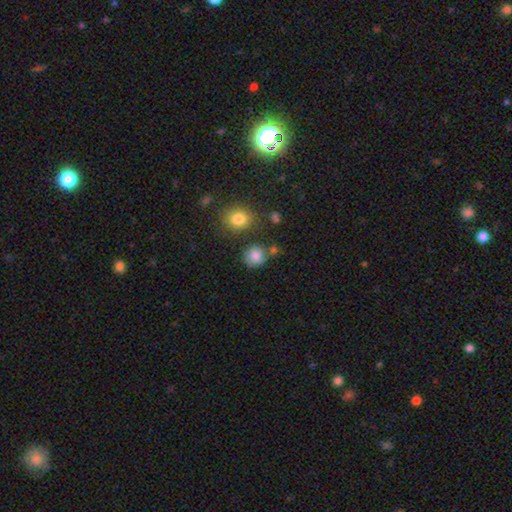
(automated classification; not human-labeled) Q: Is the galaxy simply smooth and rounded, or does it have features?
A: smooth — 82%.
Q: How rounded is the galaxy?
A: round — 81%.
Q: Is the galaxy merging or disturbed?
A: none — 71%.